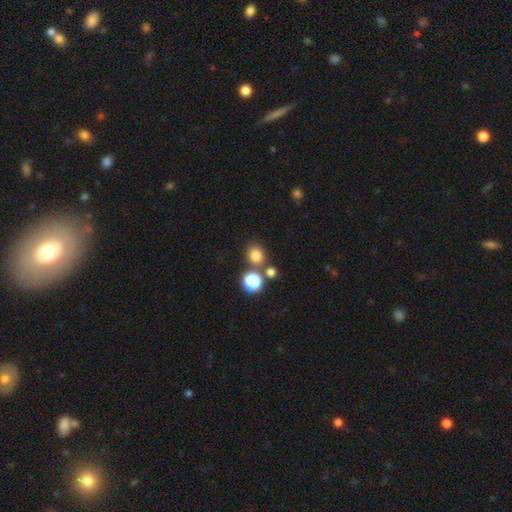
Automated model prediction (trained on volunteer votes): Smooth or featured: smooth — 77% (star or artifact — 17%)
How rounded: round — 78% (in between — 21%)
Merging: none — 70% (merger — 17%)